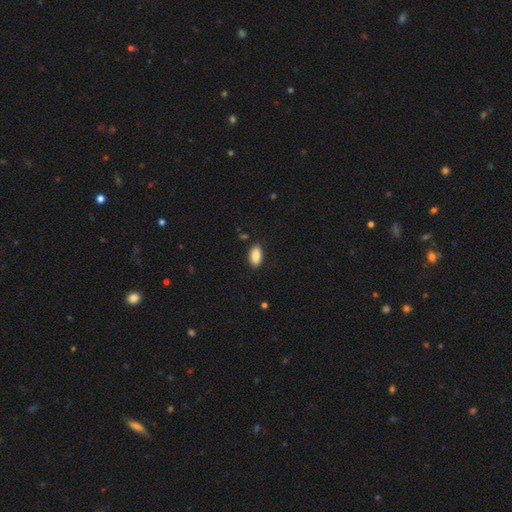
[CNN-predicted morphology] Overall: smooth (86%). How rounded: in between (93%). Merging: none (87%).